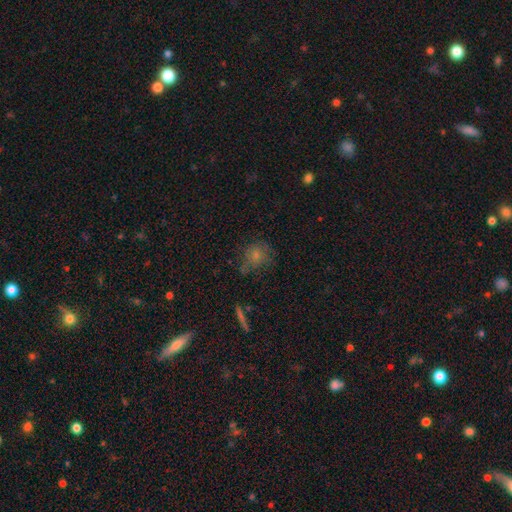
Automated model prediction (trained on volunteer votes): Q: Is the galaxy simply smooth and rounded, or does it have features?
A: smooth — 66%.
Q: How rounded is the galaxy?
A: round — 69%.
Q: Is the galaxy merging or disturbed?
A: none — 57%.